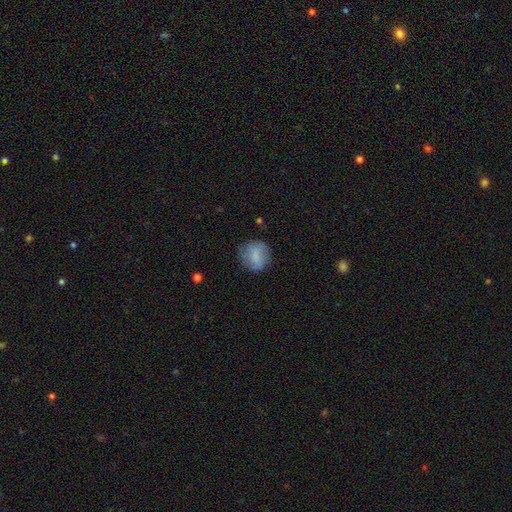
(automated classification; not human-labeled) smooth_or_featured: smooth (p=0.78) [alt: featured or disk p=0.14]
how_rounded: round (p=0.80) [alt: in between p=0.18]
merging: none (p=0.74) [alt: minor disturbance p=0.18]